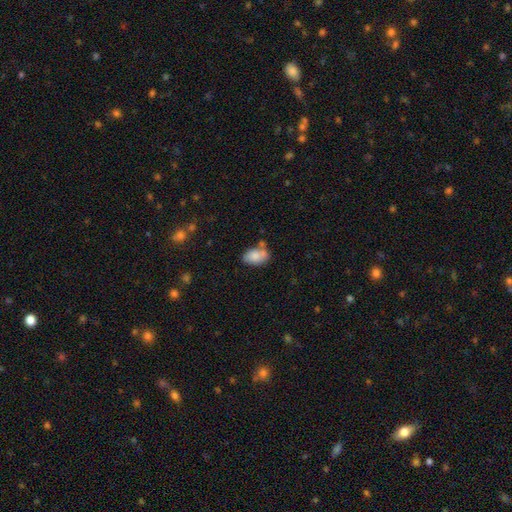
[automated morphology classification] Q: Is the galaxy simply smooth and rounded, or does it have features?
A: smooth — 79%.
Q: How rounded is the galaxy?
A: in between — 89%.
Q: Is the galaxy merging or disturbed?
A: none — 52%.